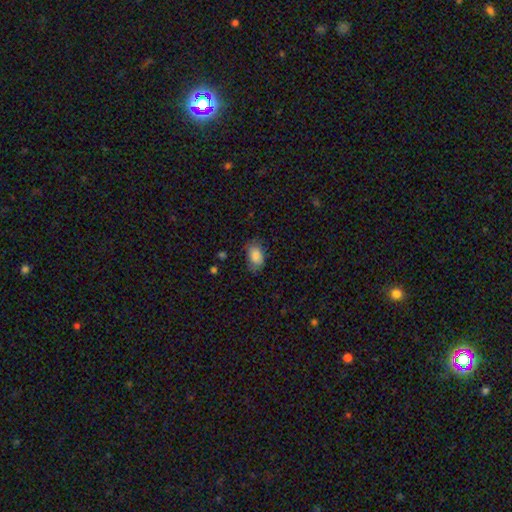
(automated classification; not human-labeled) Overall: smooth (85%). How rounded: in between (88%). Merging: none (69%).